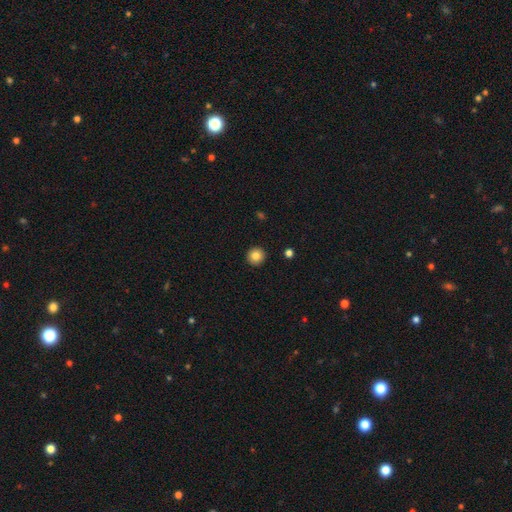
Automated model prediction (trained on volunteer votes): Smooth or featured? Predicted: smooth (p=0.84). How rounded? Predicted: round (p=0.95). Merging? Predicted: none (p=0.93).